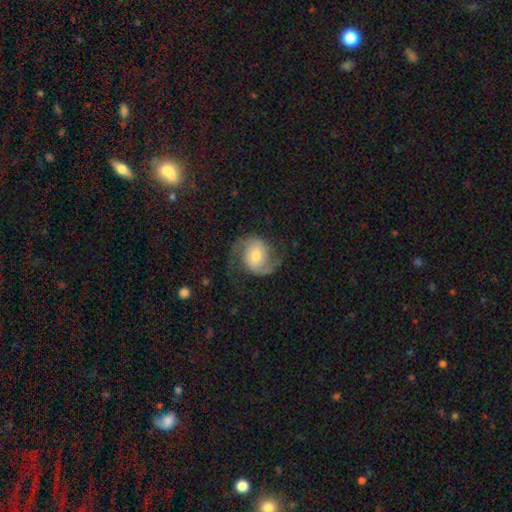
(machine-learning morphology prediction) smooth_or_featured: featured or disk (p=0.87) [alt: smooth p=0.08]
disk_edge_on: no (p=0.98) [alt: yes p=0.02]
bar: no (p=0.60) [alt: weak p=0.32]
has_spiral_arms: yes (p=0.97) [alt: no p=0.03]
spiral_winding: medium (p=0.51) [alt: loose p=0.31]
spiral_arm_count: 2 (p=0.93) [alt: can't tell p=0.02]
bulge_size: moderate (p=0.56) [alt: small p=0.34]
merging: none (p=0.76) [alt: minor disturbance p=0.13]